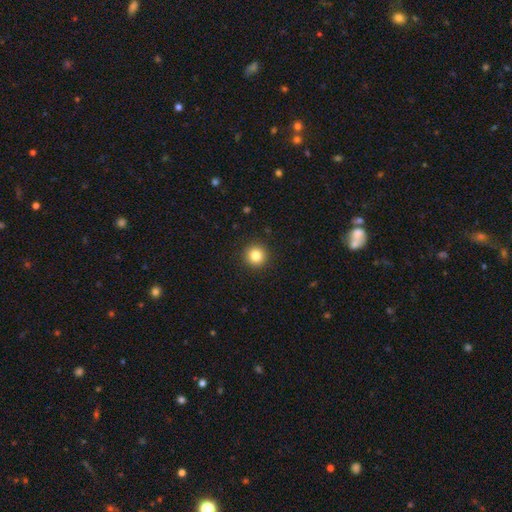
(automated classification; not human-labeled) Smooth or featured? Predicted: smooth (p=0.83). How rounded? Predicted: round (p=0.95). Merging? Predicted: none (p=0.93).